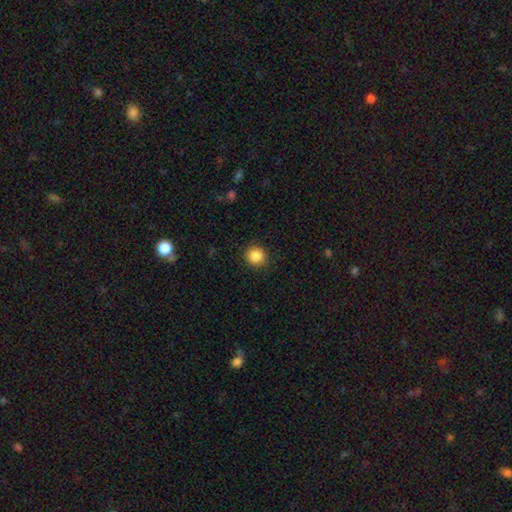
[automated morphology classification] Smooth or featured? Predicted: smooth (p=0.86). How rounded? Predicted: round (p=0.91). Merging? Predicted: none (p=0.90).